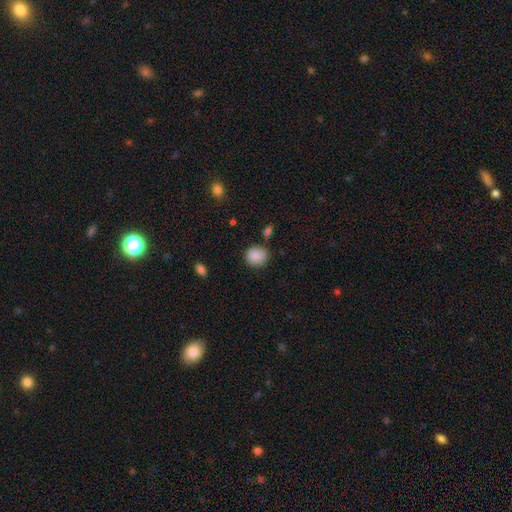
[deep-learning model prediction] Smooth or featured? smooth (88%)
How rounded? round (83%)
Merging? none (80%)